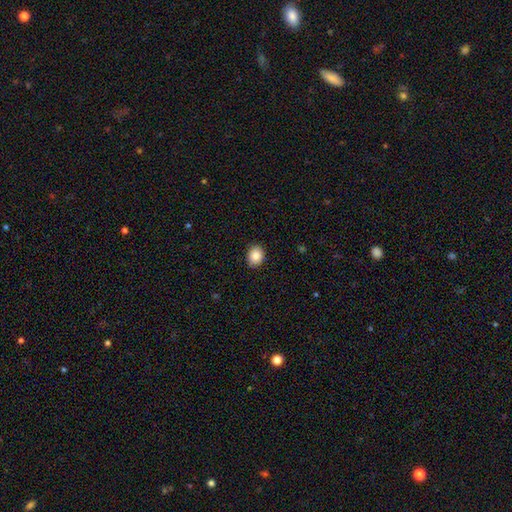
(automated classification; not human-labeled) A smooth galaxy with no disk features (87%) that is in between round and cigar-shaped (51%).

Vote fractions:
- Smooth or featured? smooth: 87% / star or artifact: 8% / featured or disk: 5%
- How rounded? in between: 51% / round: 48% / cigar-shaped: 1%
- Merging? none: 90% / minor disturbance: 7% / major disturbance: 2% / merger: 1%